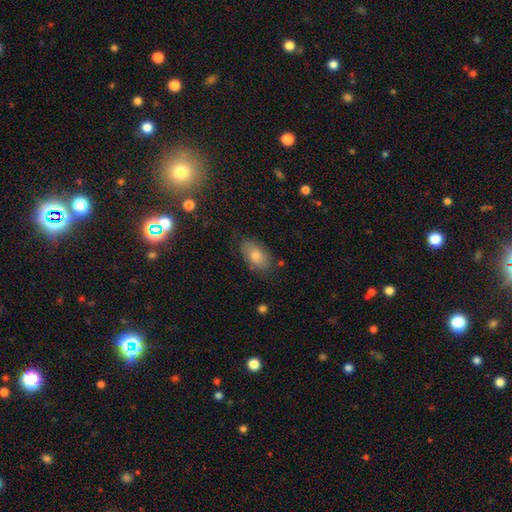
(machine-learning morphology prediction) smooth 68%, featured or disk 18%, star or artifact 14%. Down the decision tree: how rounded — in between (90%); merging — none (78%).